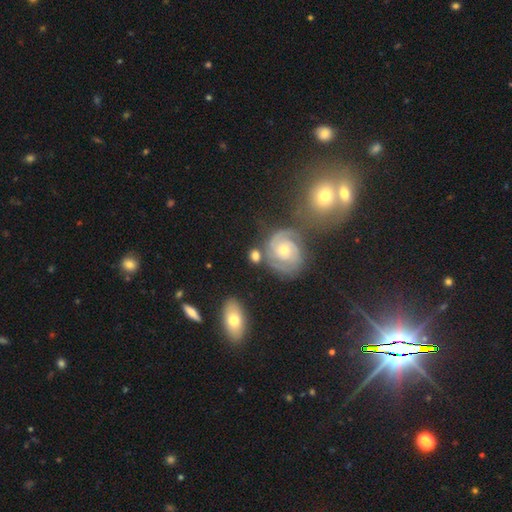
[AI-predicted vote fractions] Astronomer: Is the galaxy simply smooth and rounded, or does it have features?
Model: featured or disk — 56% (runner-up: smooth, 35%).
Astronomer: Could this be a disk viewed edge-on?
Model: no — 96%.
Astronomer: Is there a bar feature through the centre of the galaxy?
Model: no — 68%.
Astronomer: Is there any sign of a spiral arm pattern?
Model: yes — 88%.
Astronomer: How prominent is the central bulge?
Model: moderate — 46% (runner-up: small, 44%).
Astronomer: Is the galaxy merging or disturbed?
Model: none — 58%.